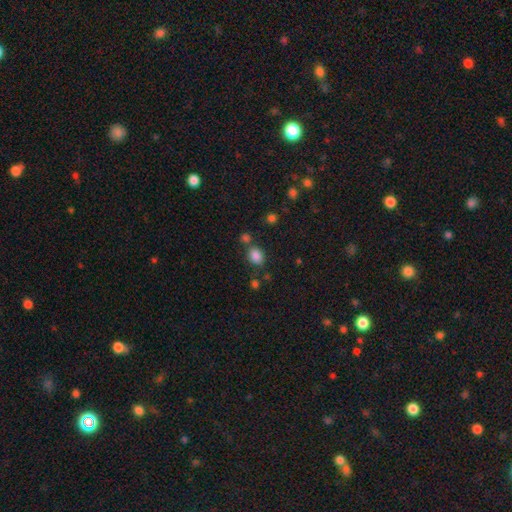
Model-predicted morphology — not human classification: A smooth galaxy with no disk features (84%) that is in between round and cigar-shaped (52%). Merging: none (70%).